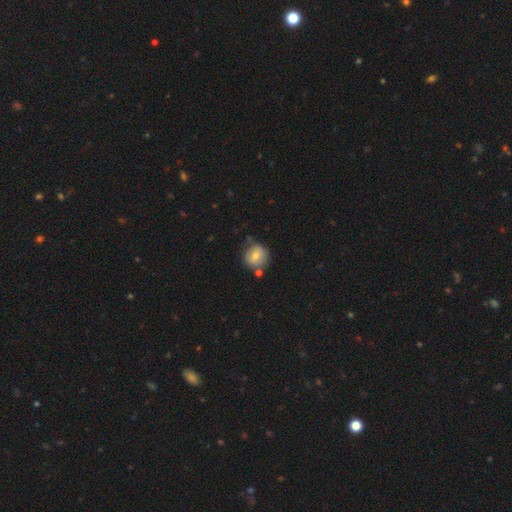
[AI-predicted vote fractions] This is likely a smooth galaxy (68%). How rounded: clearly round (87%). Merging: likely none (67%).